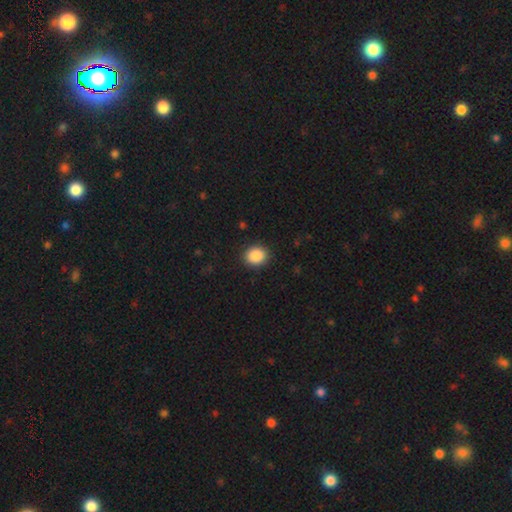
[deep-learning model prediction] A smooth galaxy with no disk features (89%) that is round (65%). Merging: none (90%).